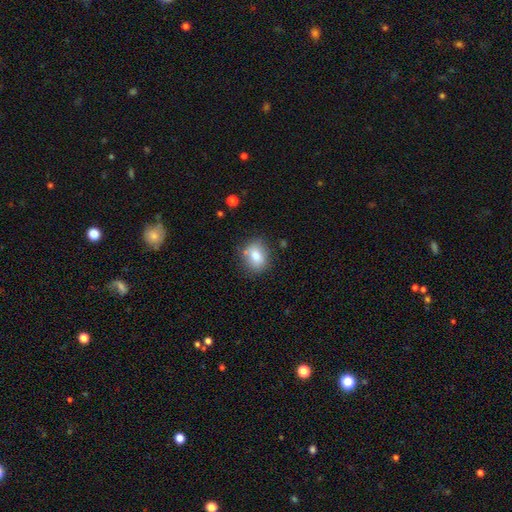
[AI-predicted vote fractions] A smooth galaxy with no disk features (81%) that is in between round and cigar-shaped (58%). Merging: none (77%).